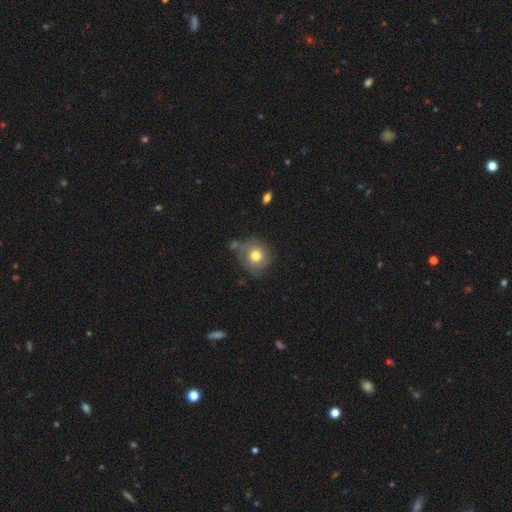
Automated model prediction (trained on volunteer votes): A smooth galaxy with no disk features (67%) that is round (89%). Merging: none (67%).